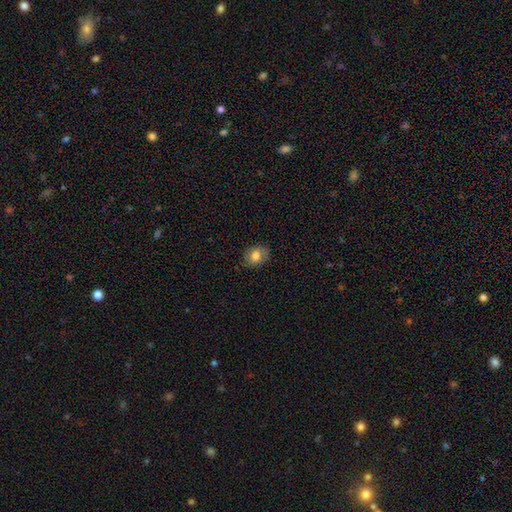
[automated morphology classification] Smooth or featured? Predicted: smooth (p=0.73). How rounded? Predicted: in between (p=0.56). Merging? Predicted: none (p=0.80).